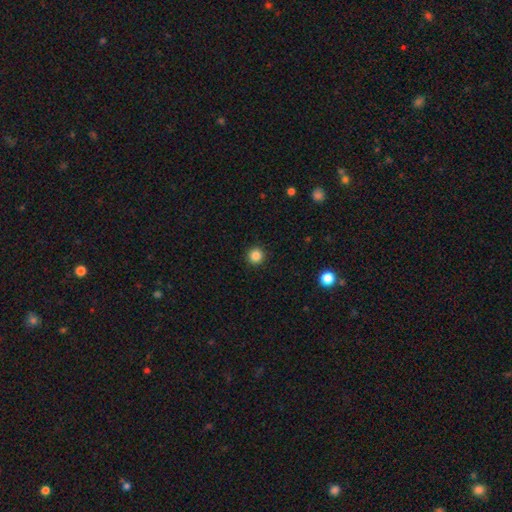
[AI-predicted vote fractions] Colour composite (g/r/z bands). It shows a smooth galaxy with no disk features (85%) that is round (95%). Merging: none (93%).